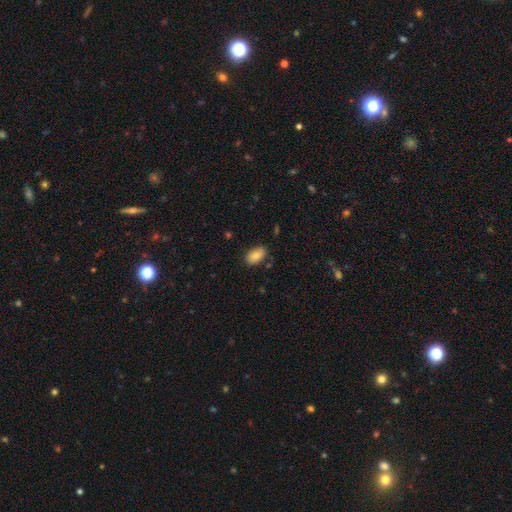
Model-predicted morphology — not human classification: Smooth or featured? Predicted: smooth (p=0.85). How rounded? Predicted: in between (p=0.92). Merging? Predicted: none (p=0.79).